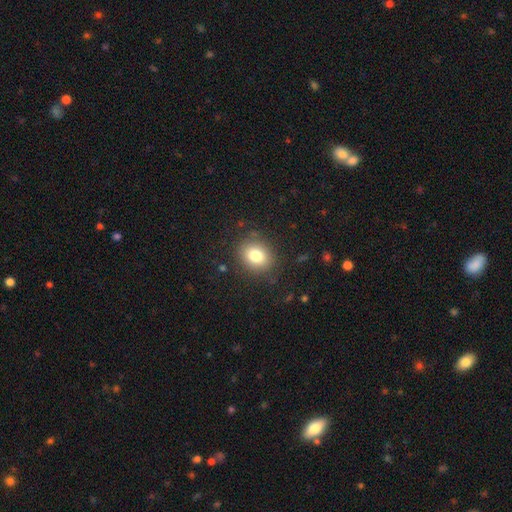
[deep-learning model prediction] A smooth galaxy with no disk features (80%) that is round (58%). Merging: none (85%).